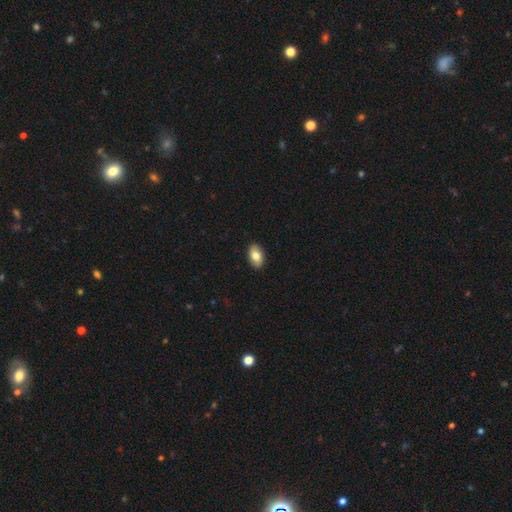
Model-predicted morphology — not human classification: A smooth galaxy with no disk features (79%) that is in between round and cigar-shaped (93%).

Vote fractions:
- Smooth or featured? smooth: 79% / featured or disk: 14% / star or artifact: 7%
- How rounded? in between: 93% / round: 5% / cigar-shaped: 2%
- Merging? none: 90% / minor disturbance: 8% / major disturbance: 2% / merger: 1%